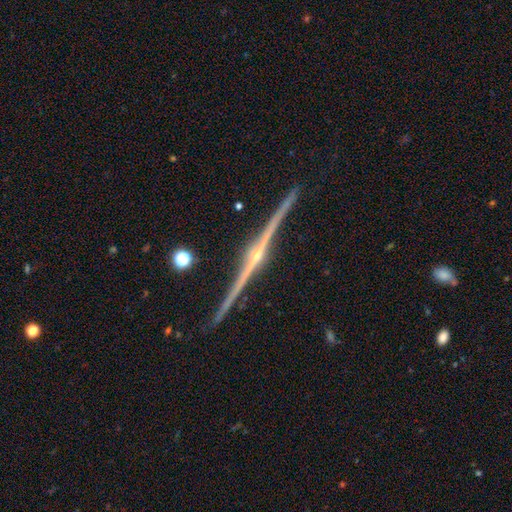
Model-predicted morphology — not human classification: Smooth or featured? Predicted: featured or disk (p=0.92). Edge-on disk? Predicted: yes (p=0.99). Edge-on bulge? Predicted: rounded (p=0.89). Merging? Predicted: none (p=0.91).